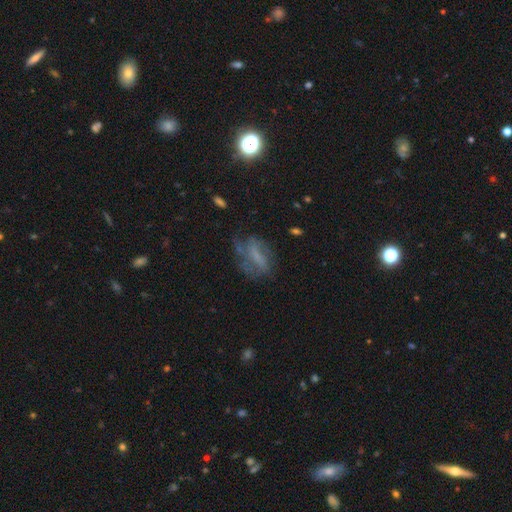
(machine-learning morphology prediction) Smooth or featured? Predicted: featured or disk (p=0.49). Merging? Predicted: none (p=0.47).